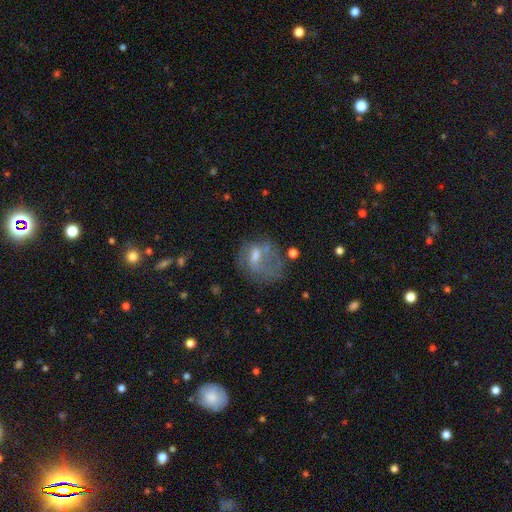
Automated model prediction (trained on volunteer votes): Q: Smooth or featured?
A: featured or disk (45%); runner-up: smooth (42%)
Q: Merging?
A: major disturbance (38%); runner-up: none (32%)